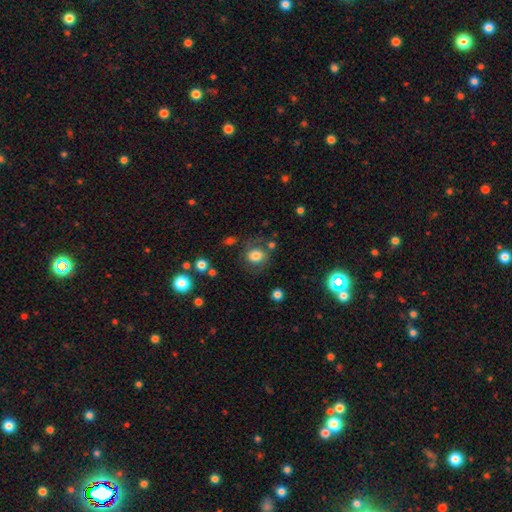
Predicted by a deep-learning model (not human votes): Overall: smooth (74%). How rounded: round (67%; in between 32%). Merging: none (67%).